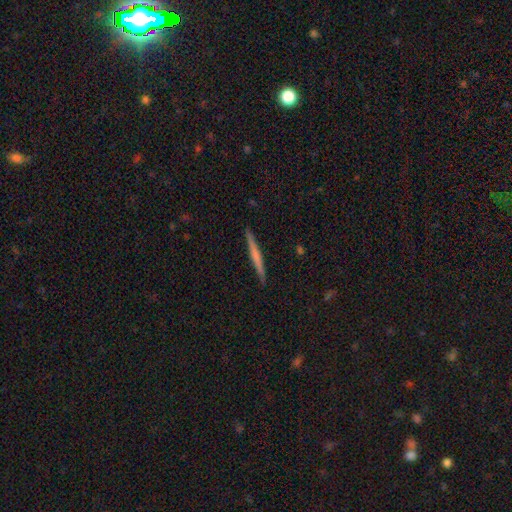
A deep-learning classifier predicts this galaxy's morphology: Overall: featured or disk (49%; smooth 46%). Merging: none (92%).